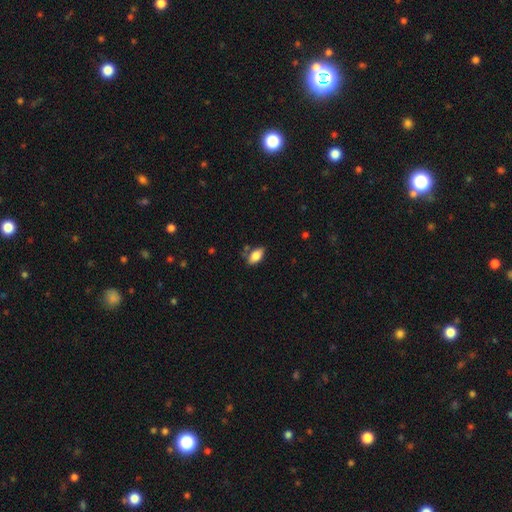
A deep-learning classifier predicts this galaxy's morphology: Smooth or featured? smooth (83%)
How rounded? in between (91%)
Merging? none (69%)